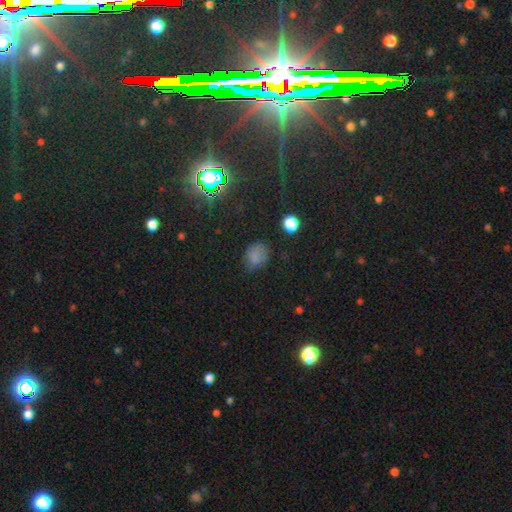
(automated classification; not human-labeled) smooth_or_featured: smooth (p=0.73) [alt: star or artifact p=0.18]
how_rounded: in between (p=0.55) [alt: round p=0.44]
merging: none (p=0.67) [alt: minor disturbance p=0.24]